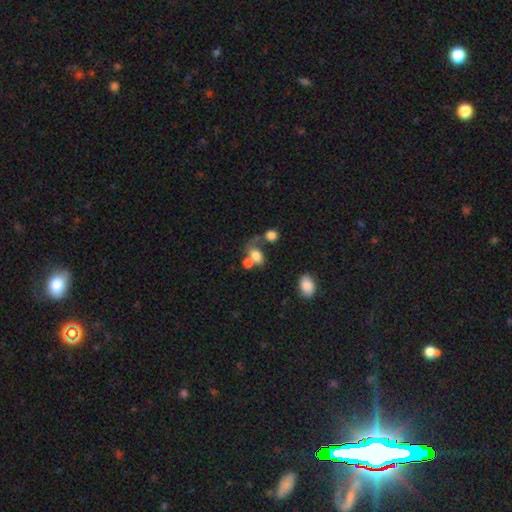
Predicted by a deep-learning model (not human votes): Smooth or featured: smooth — 75% (featured or disk — 13%)
How rounded: in between — 76% (round — 21%)
Merging: merger — 41% (none — 32%)